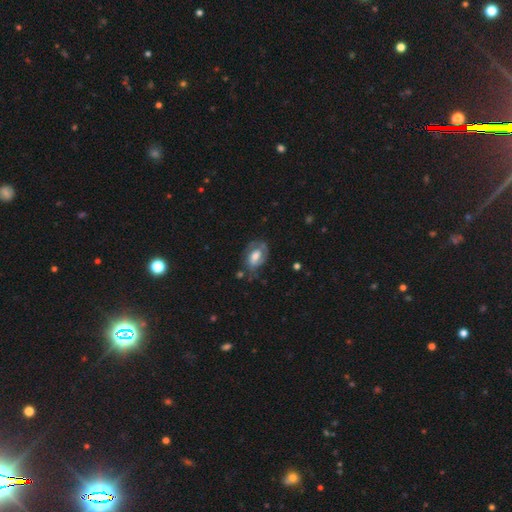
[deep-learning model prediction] Smooth or featured? featured or disk (53%)
Edge-on disk? no (94%)
Merging? none (53%)